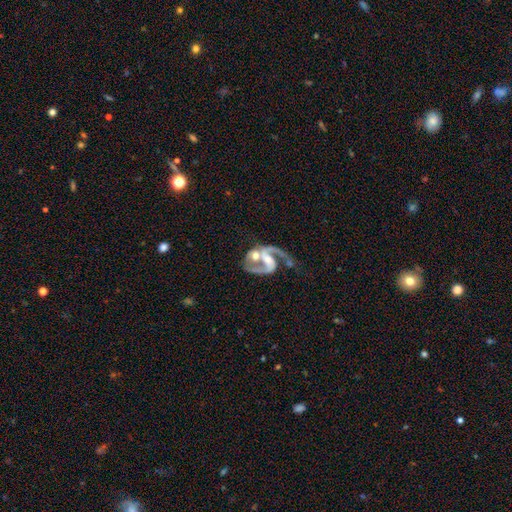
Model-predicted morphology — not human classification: A featured or disk galaxy (74%) with no bar (46%), 2 (74%) medium (42%, tied with loose) spiral arms (84%) and a moderate central bulge (44%). Merging: none (40%).